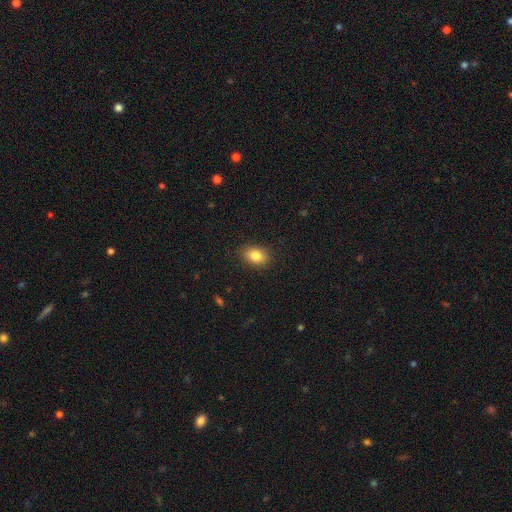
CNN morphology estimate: smooth 84%, star or artifact 9%, featured or disk 7%. Down the decision tree: how rounded — in between (77%); merging — none (88%).